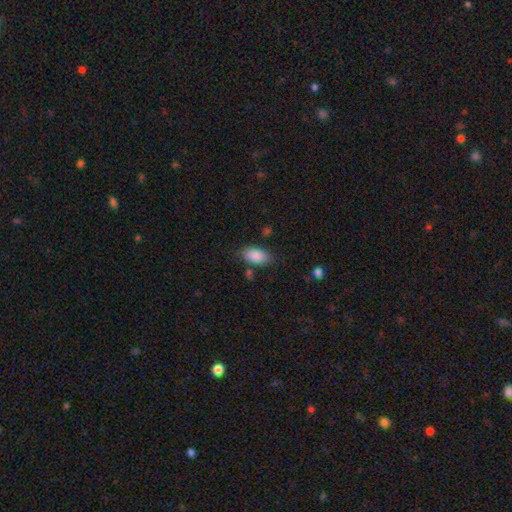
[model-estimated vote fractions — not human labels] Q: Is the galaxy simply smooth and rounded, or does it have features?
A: smooth — 88%.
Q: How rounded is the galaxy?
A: in between — 92%.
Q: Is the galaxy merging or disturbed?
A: none — 76%.